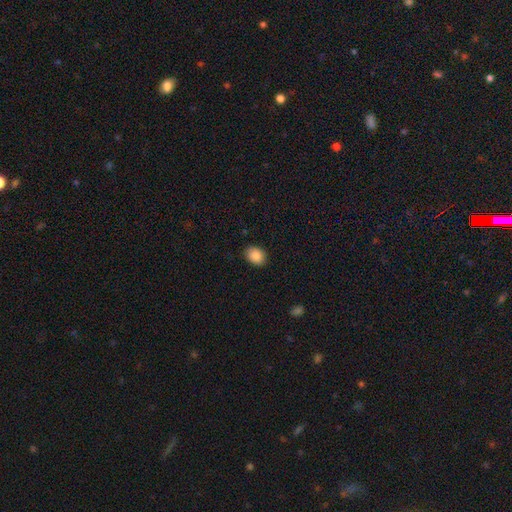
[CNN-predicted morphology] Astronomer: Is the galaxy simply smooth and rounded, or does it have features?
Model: smooth — 89%.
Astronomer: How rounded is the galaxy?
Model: in between — 67%.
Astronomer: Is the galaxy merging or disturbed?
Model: none — 87%.